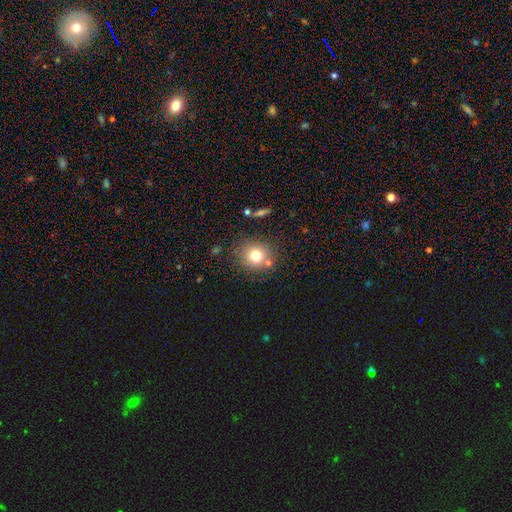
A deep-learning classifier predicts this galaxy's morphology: Smooth or featured?
  - smooth: 75% *
  - star or artifact: 13%
  - featured or disk: 11%
How rounded?
  - round: 84% *
  - in between: 15%
  - cigar-shaped: 1%
Merging?
  - none: 79% *
  - minor disturbance: 10%
  - merger: 8%
  - major disturbance: 3%